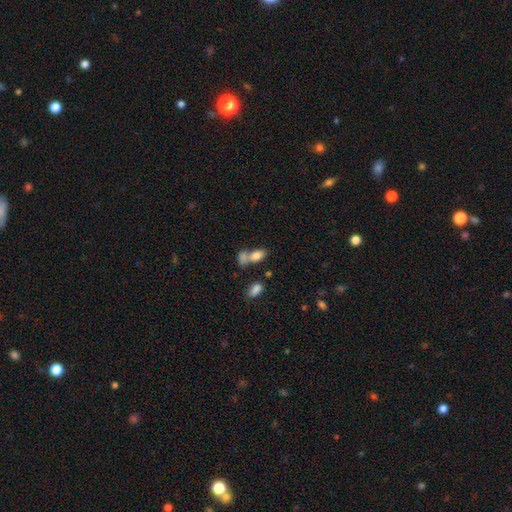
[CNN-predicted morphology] smooth 80%, featured or disk 11%, star or artifact 9%. Down the decision tree: how rounded — in between (87%); merging — merger (49%).